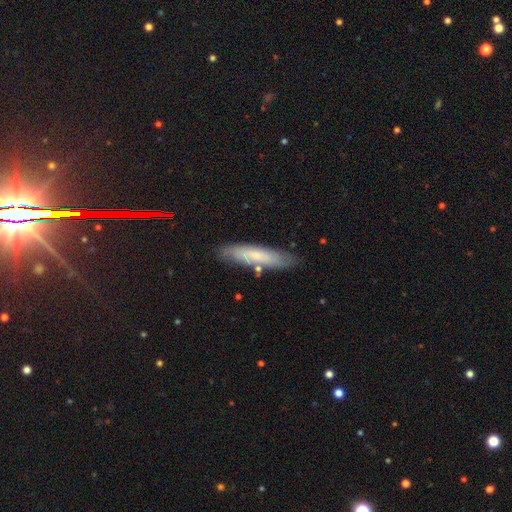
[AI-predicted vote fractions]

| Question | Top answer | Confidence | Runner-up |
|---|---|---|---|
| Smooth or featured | smooth | 60% | featured or disk (33%) |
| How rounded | cigar-shaped | 80% | in between (18%) |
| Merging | none | 80% | minor disturbance (14%) |